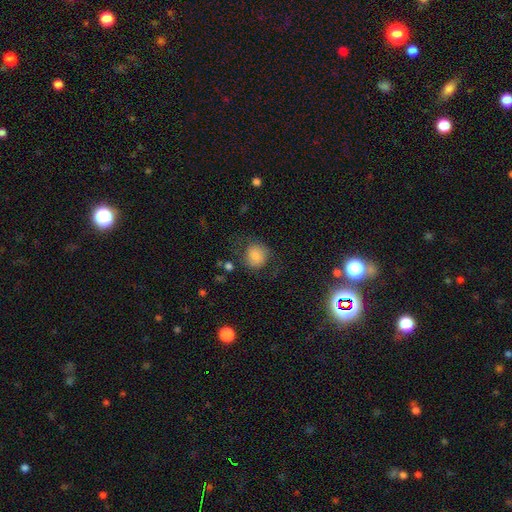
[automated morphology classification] This is likely a smooth galaxy (76%). How rounded: likely round (75%). Merging: likely none (63%).